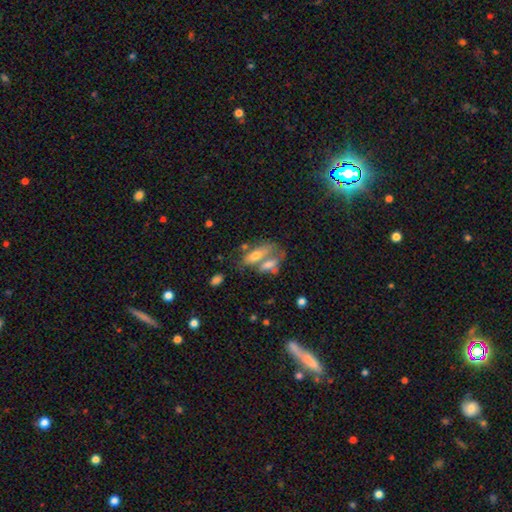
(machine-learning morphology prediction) Q: Smooth or featured?
A: smooth (61%); runner-up: featured or disk (31%)
Q: How rounded?
A: in between (70%); runner-up: cigar-shaped (26%)
Q: Merging?
A: merger (50%); runner-up: none (32%)